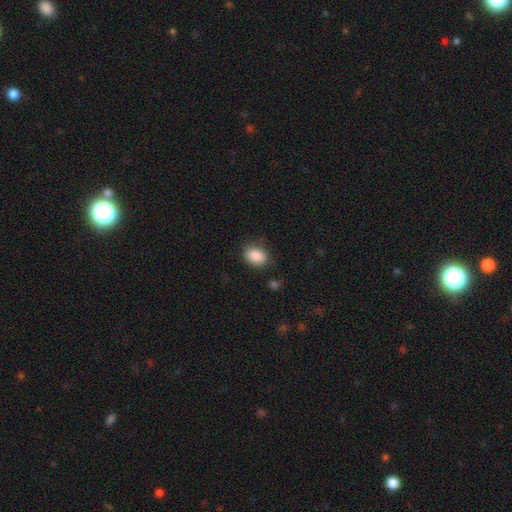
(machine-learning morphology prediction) Q: Smooth or featured?
A: smooth (88%); runner-up: star or artifact (8%)
Q: How rounded?
A: in between (77%); runner-up: round (22%)
Q: Merging?
A: none (77%); runner-up: minor disturbance (16%)